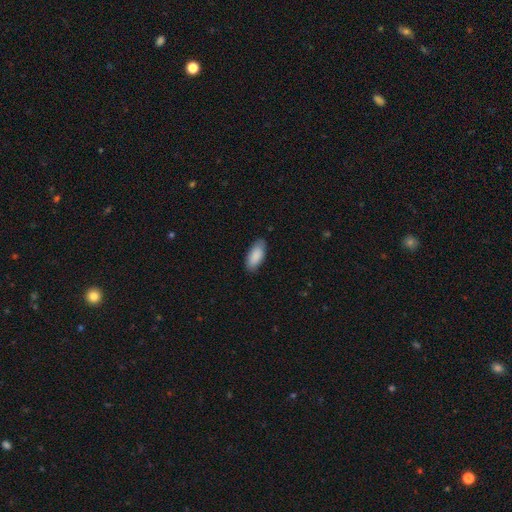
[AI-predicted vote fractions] This is clearly a smooth galaxy (89%). How rounded: clearly in between (87%). Merging: clearly none (84%).